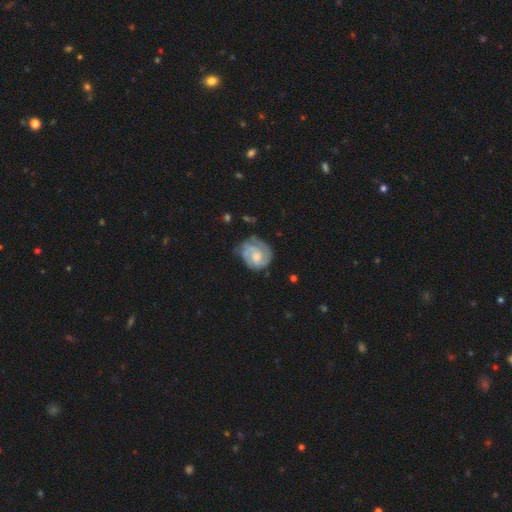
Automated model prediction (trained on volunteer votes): smooth-or-featured: featured or disk: 67% | smooth: 27% | star or artifact: 6%
  disk-edge-on: no: 98% | yes: 2%
    bar: no: 71% | weak: 26% | strong: 4%
    has-spiral-arms: yes: 82% | no: 18%
      spiral-winding: tight: 56% | medium: 33% | loose: 12%
      spiral-arm-count: can't tell: 36% | 2: 32% | 3: 17% | 1: 8% | 4: 4% | more than 4: 3%
    bulge-size: moderate: 48% | small: 35% | none: 10% | large: 7% | dominant: 1%
  merging: none: 52% | minor disturbance: 29% | major disturbance: 16% | merger: 3%